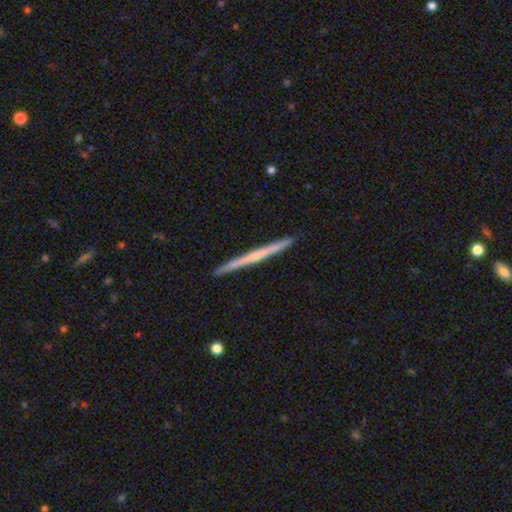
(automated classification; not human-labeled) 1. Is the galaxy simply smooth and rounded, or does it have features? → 62% featured or disk, 32% smooth, 5% star or artifact.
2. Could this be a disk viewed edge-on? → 98% yes, 2% no.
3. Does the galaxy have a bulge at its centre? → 60% none, 34% rounded, 6% boxy.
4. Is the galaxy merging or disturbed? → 93% none, 5% minor disturbance, 1% major disturbance, 1% merger.